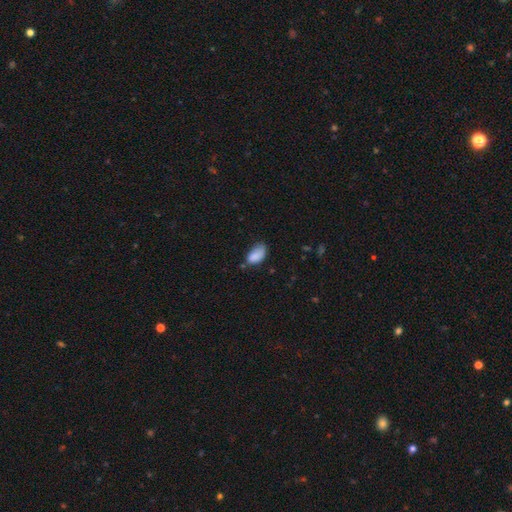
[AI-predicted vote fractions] Q: Smooth or featured?
A: smooth (85%); runner-up: star or artifact (8%)
Q: How rounded?
A: in between (92%); runner-up: round (6%)
Q: Merging?
A: none (48%); runner-up: minor disturbance (37%)